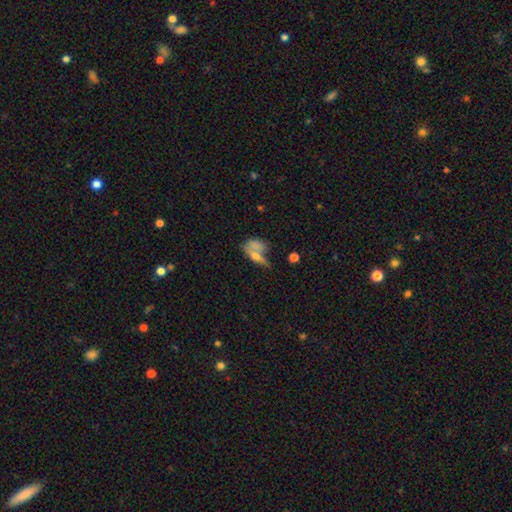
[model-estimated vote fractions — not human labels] smooth-or-featured: smooth: 60% | featured or disk: 29% | star or artifact: 11%
  how-rounded: in between: 58% | cigar-shaped: 27% | round: 14%
  merging: merger: 40% | none: 35% | minor disturbance: 14% | major disturbance: 11%